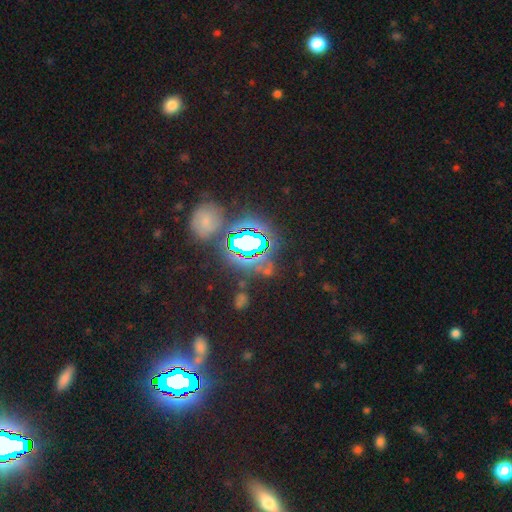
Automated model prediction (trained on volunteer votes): Q: Smooth or featured?
A: star or artifact (82%); runner-up: smooth (11%)